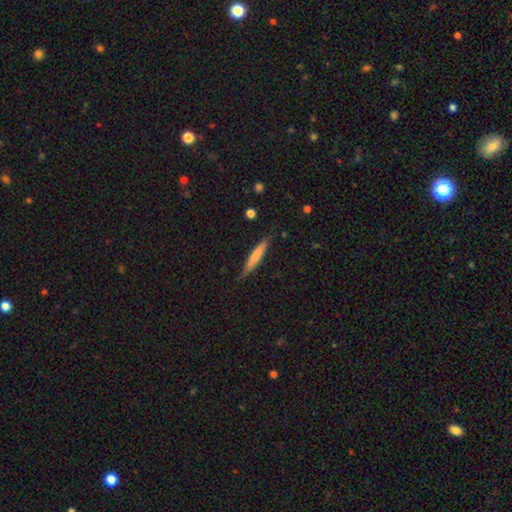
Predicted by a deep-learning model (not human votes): This is likely a smooth galaxy (68%). How rounded: clearly cigar-shaped (92%). Merging: likely none (80%).